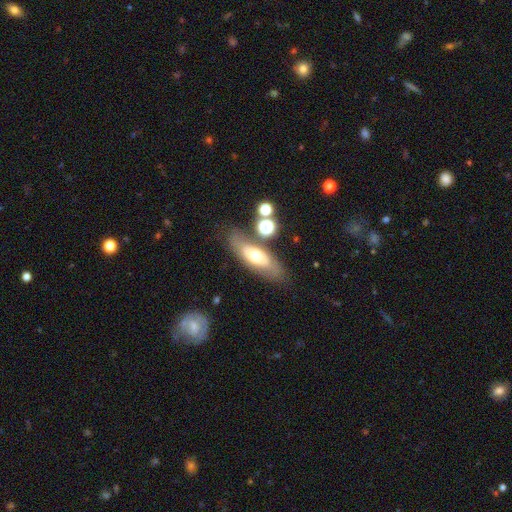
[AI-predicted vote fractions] smooth_or_featured: smooth (p=0.48) [alt: featured or disk p=0.43]
merging: none (p=0.69) [alt: minor disturbance p=0.15]